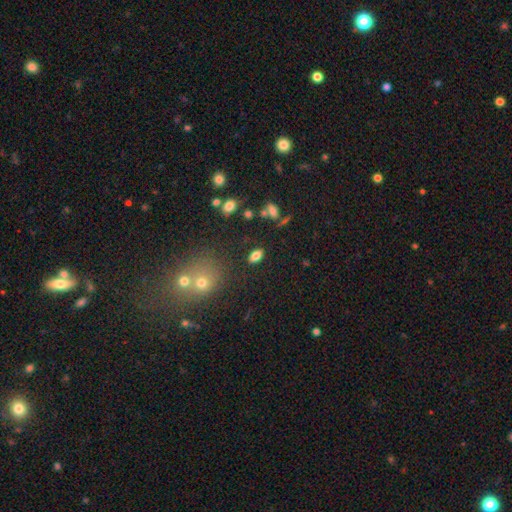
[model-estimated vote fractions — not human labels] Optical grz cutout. It shows a smooth galaxy with no disk features (79%) that is in between round and cigar-shaped (89%). Merging: none (84%).